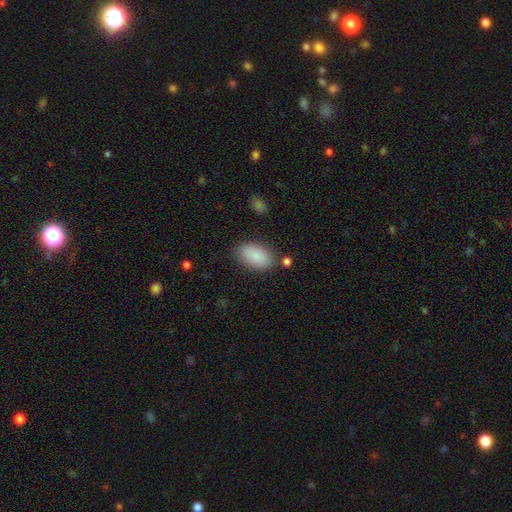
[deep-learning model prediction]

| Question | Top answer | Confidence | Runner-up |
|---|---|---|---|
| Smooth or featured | smooth | 86% | featured or disk (8%) |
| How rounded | in between | 93% | round (5%) |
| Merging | none | 80% | minor disturbance (13%) |